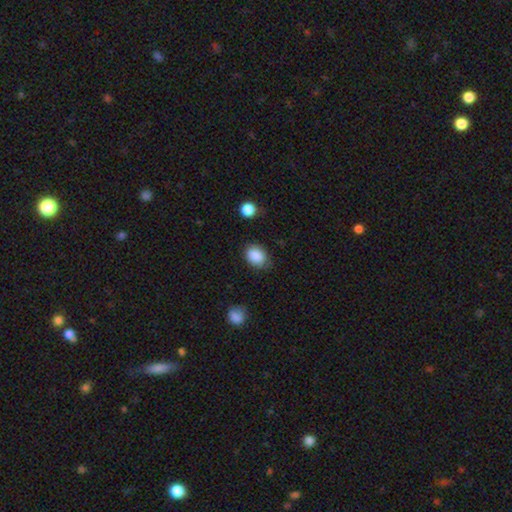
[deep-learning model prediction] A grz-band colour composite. It shows a smooth galaxy with no disk features (88%) that is in between round and cigar-shaped (68%). Merging: none (74%).